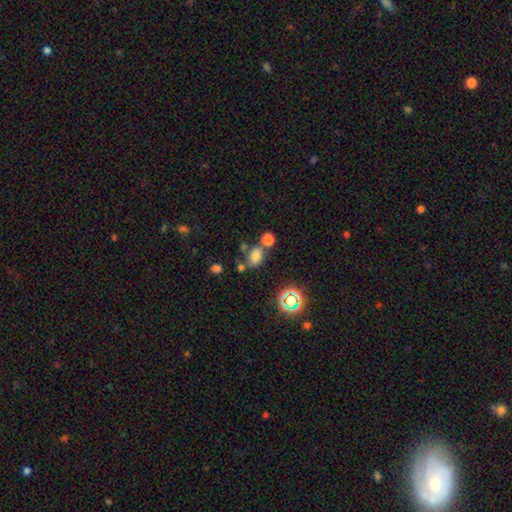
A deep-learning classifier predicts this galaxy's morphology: Smooth or featured?
  - smooth: 71% *
  - star or artifact: 20%
  - featured or disk: 9%
How rounded?
  - in between: 74% *
  - round: 25%
  - cigar-shaped: 1%
Merging?
  - none: 60% *
  - merger: 20%
  - minor disturbance: 14%
  - major disturbance: 6%